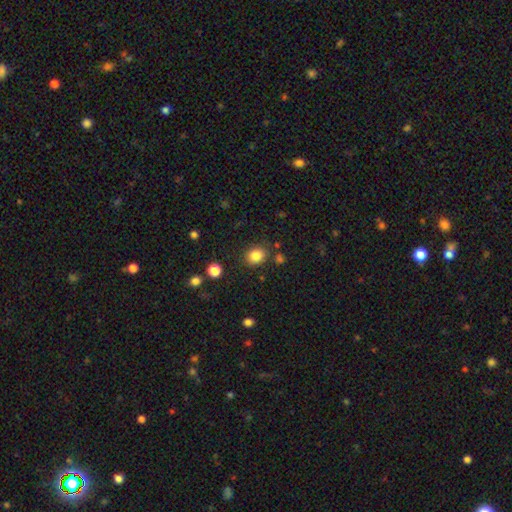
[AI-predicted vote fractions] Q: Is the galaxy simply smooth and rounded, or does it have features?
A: smooth — 84%.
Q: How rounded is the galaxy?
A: round — 59%.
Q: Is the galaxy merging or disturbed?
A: none — 82%.